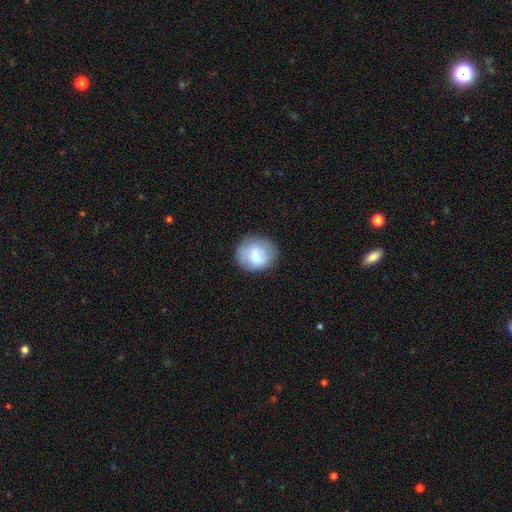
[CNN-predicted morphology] A smooth galaxy with no disk features (74%) that is round (68%).

Vote fractions:
- Smooth or featured? smooth: 74% / featured or disk: 19% / star or artifact: 7%
- How rounded? round: 68% / in between: 31% / cigar-shaped: 1%
- Merging? none: 74% / minor disturbance: 18% / major disturbance: 6% / merger: 2%